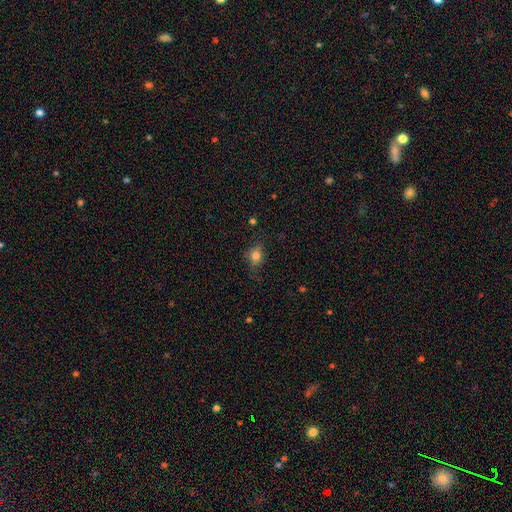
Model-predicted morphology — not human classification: type=smooth (78%); roundness=round (54%); merging=none (69%).